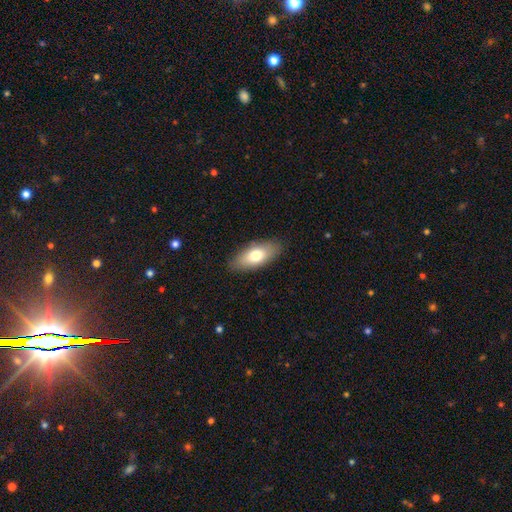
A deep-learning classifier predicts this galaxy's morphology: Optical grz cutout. It shows a smooth galaxy with no disk features (73%) that is in between round and cigar-shaped (83%). Merging: none (86%).